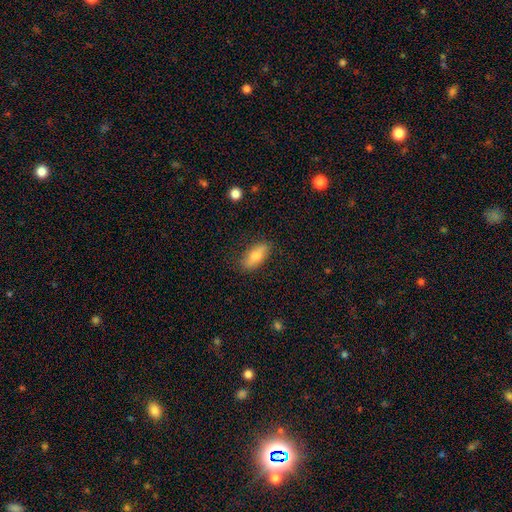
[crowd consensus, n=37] smooth_or_featured: smooth (p=0.65) [alt: featured or disk p=0.27]
how_rounded: in between (p=0.75) [alt: cigar-shaped p=0.25]
merging: none (p=0.88) [alt: minor disturbance p=0.12]